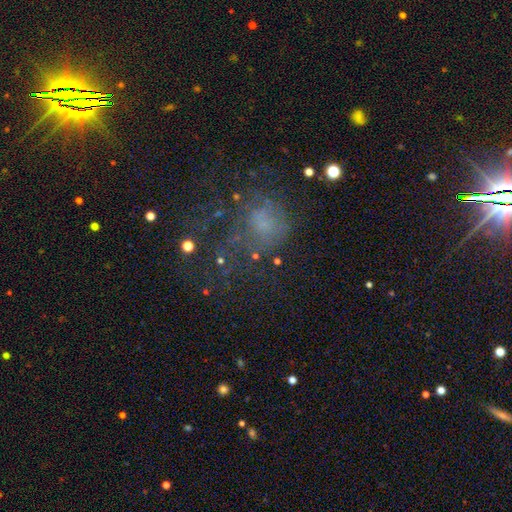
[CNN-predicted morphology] type=smooth (42%); merging=none (44%).